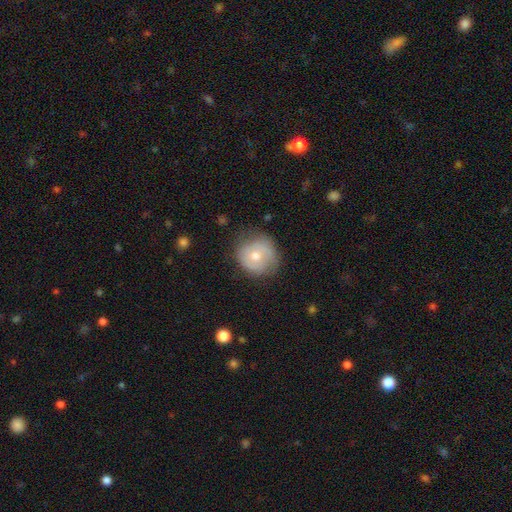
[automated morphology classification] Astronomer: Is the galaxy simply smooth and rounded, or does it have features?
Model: smooth — 51% (runner-up: featured or disk, 41%).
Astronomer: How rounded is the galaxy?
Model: round — 85%.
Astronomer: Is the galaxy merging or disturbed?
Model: none — 66%.